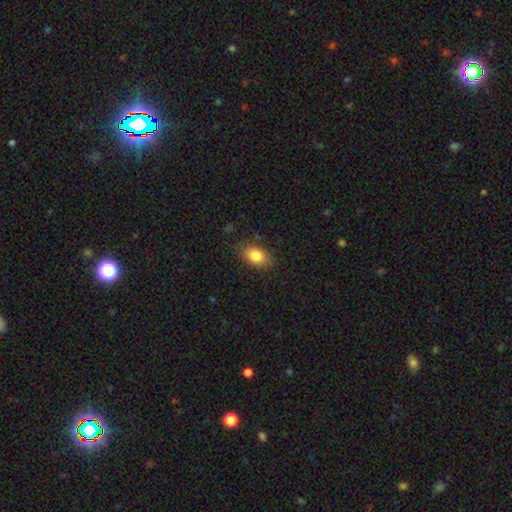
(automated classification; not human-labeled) Q: Smooth or featured?
A: smooth (84%); runner-up: star or artifact (8%)
Q: How rounded?
A: in between (86%); runner-up: round (12%)
Q: Merging?
A: none (83%); runner-up: minor disturbance (12%)